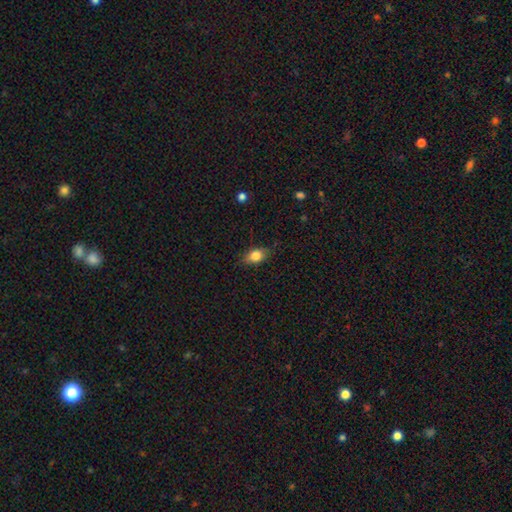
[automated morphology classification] Smooth or featured? smooth (80%)
How rounded? in between (78%)
Merging? none (79%)